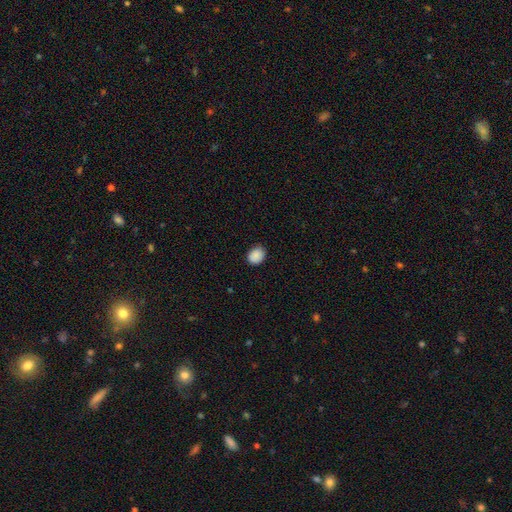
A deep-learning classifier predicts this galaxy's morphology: This is clearly a smooth galaxy (89%). How rounded: possibly in between (52%). Merging: clearly none (83%).